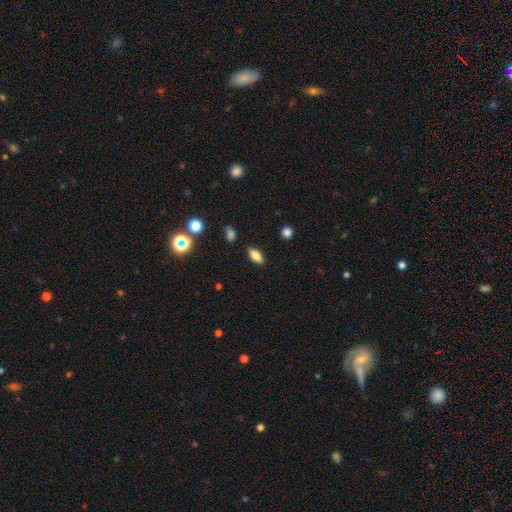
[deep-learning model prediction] The model was most divided on "smooth or featured": smooth: 73%, featured or disk: 17%, star or artifact: 10%. More confident: merging — none (86%); how rounded — in between (80%).